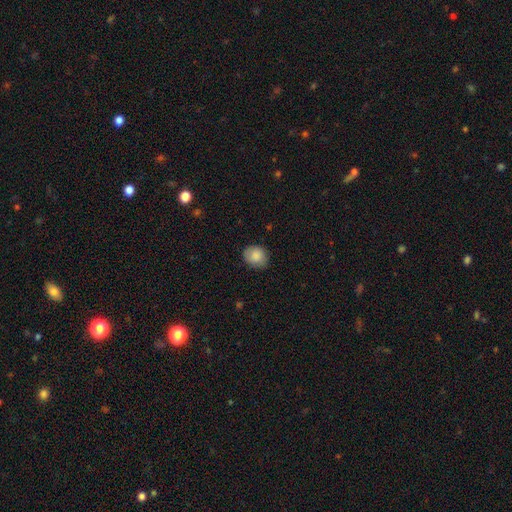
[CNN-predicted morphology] Overall: smooth (87%). How rounded: round (66%; in between 34%). Merging: none (79%).